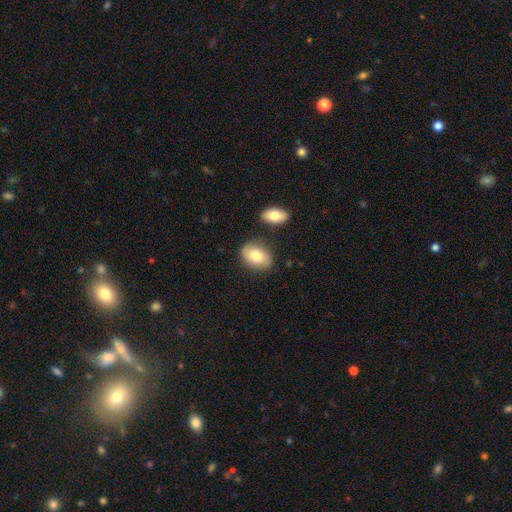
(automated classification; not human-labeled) Smooth or featured? Predicted: smooth (p=0.80). How rounded? Predicted: in between (p=0.79). Merging? Predicted: none (p=0.77).